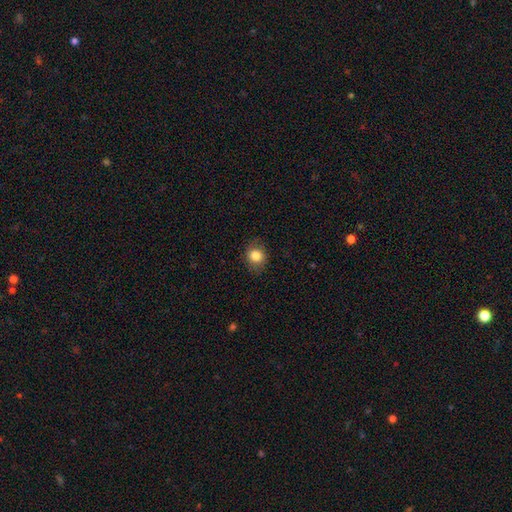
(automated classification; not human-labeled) Q: Smooth or featured?
A: smooth (83%); runner-up: star or artifact (10%)
Q: How rounded?
A: round (71%); runner-up: in between (28%)
Q: Merging?
A: none (83%); runner-up: minor disturbance (13%)